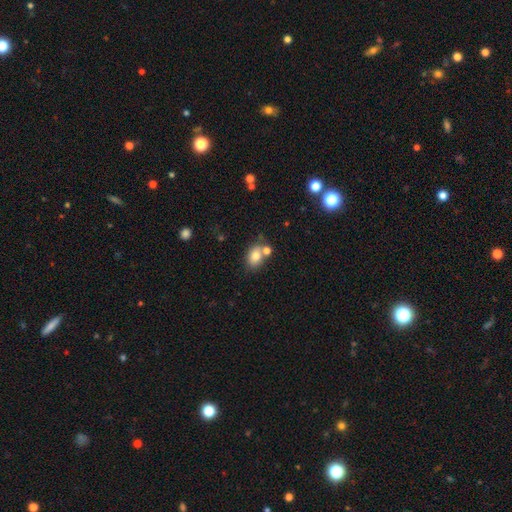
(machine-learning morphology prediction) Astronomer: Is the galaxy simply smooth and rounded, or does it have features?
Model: smooth — 78%.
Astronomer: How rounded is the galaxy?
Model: in between — 73%.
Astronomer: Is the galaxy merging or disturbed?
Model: none — 58%.